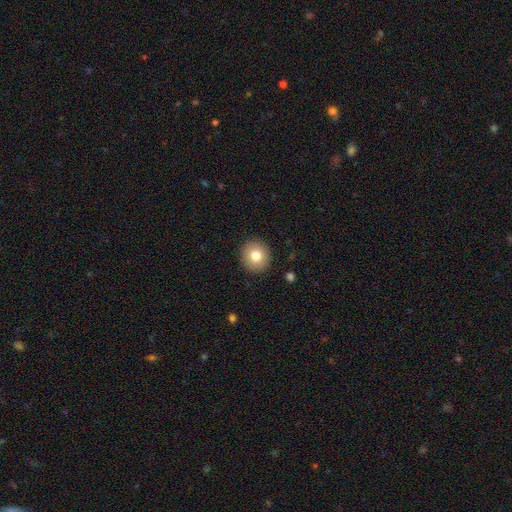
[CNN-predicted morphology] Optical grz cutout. It shows a smooth galaxy with no disk features (80%) that is round (90%). Merging: none (91%).